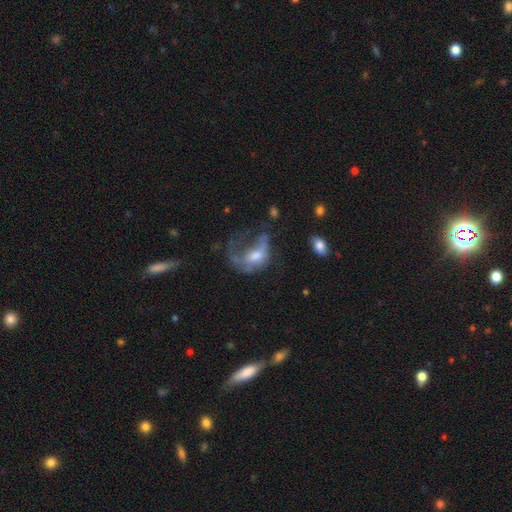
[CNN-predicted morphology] Smooth or featured?
  - featured or disk: 50% *
  - smooth: 39%
  - star or artifact: 11%
Merging?
  - major disturbance: 58% *
  - none: 21%
  - minor disturbance: 16%
  - merger: 5%